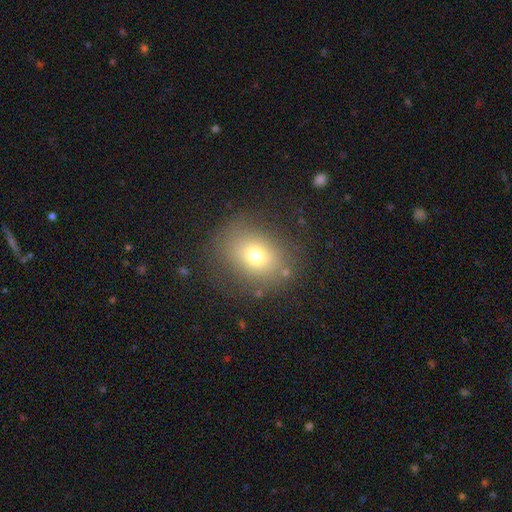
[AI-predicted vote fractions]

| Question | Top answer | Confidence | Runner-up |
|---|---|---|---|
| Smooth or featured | smooth | 71% | star or artifact (15%) |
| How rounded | round | 52% | in between (47%) |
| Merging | none | 79% | minor disturbance (13%) |